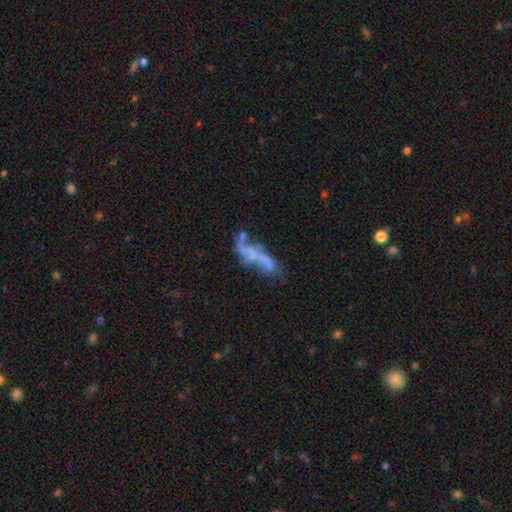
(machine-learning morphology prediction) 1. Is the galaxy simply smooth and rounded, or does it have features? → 59% featured or disk, 27% smooth, 14% star or artifact.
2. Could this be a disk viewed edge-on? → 83% no, 17% yes.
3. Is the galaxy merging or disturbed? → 33% none, 26% major disturbance, 24% merger, 18% minor disturbance.